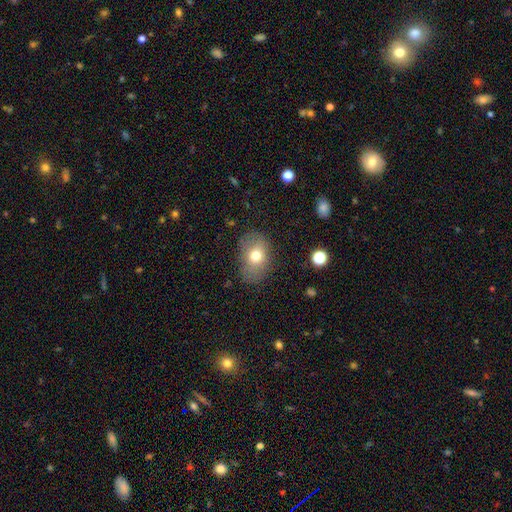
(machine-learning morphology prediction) This is likely a smooth galaxy (71%). How rounded: likely in between (77%). Merging: likely none (78%).